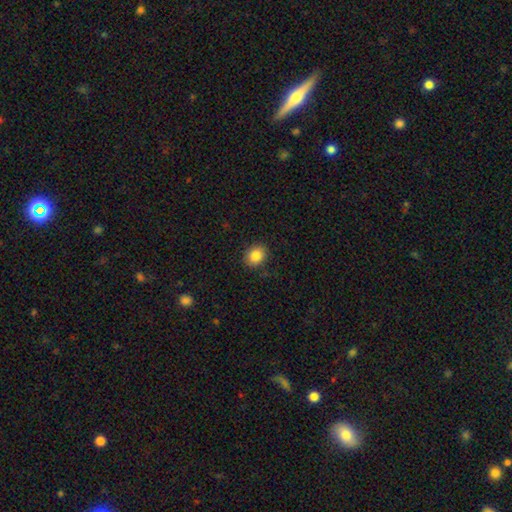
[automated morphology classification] Q: Smooth or featured?
A: smooth (86%); runner-up: star or artifact (9%)
Q: How rounded?
A: round (55%); runner-up: in between (44%)
Q: Merging?
A: none (87%); runner-up: minor disturbance (9%)